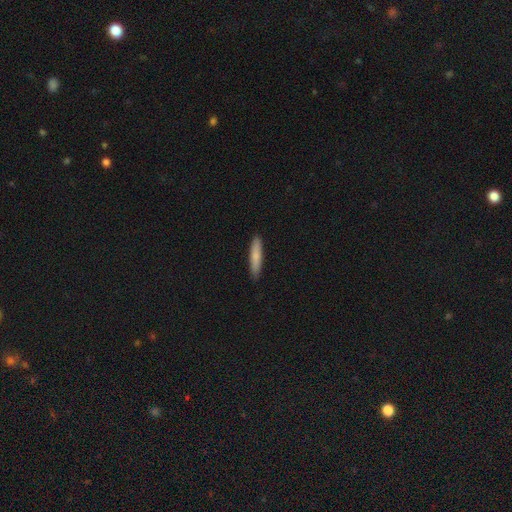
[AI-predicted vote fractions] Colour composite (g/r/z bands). It shows a smooth galaxy with no disk features (80%) that is cigar-shaped (88%). Merging: none (90%).